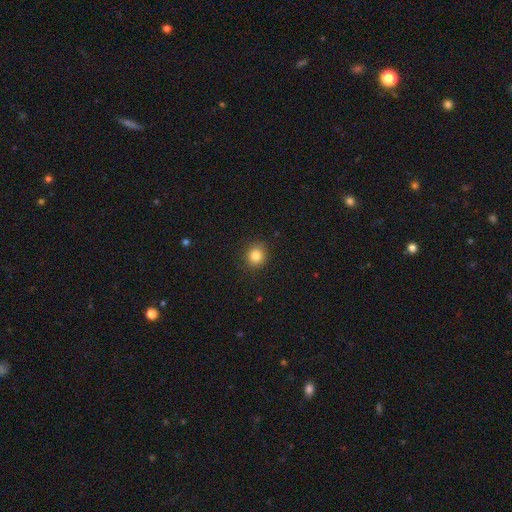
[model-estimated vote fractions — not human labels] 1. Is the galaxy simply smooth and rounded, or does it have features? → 84% smooth, 11% star or artifact, 5% featured or disk.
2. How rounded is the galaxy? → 85% round, 14% in between, 1% cigar-shaped.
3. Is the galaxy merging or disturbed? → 89% none, 8% minor disturbance, 2% major disturbance, 1% merger.